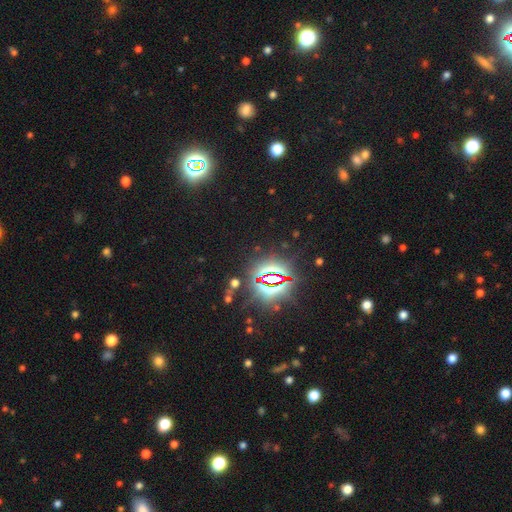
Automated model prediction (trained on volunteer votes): Smooth or featured? star or artifact (83%)